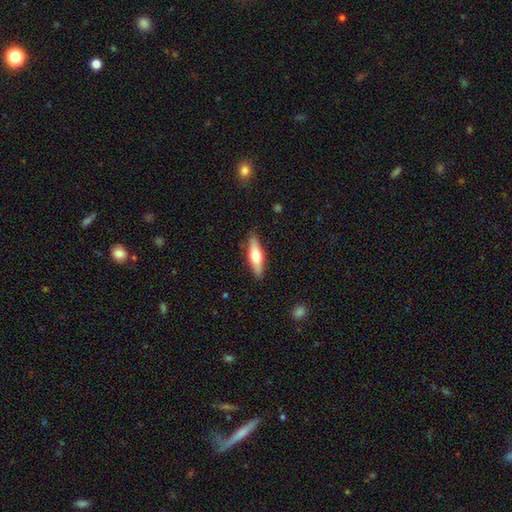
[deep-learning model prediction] smooth_or_featured: smooth (p=0.56) [alt: featured or disk p=0.39]
how_rounded: cigar-shaped (p=0.63) [alt: in between p=0.35]
merging: none (p=0.87) [alt: minor disturbance p=0.10]